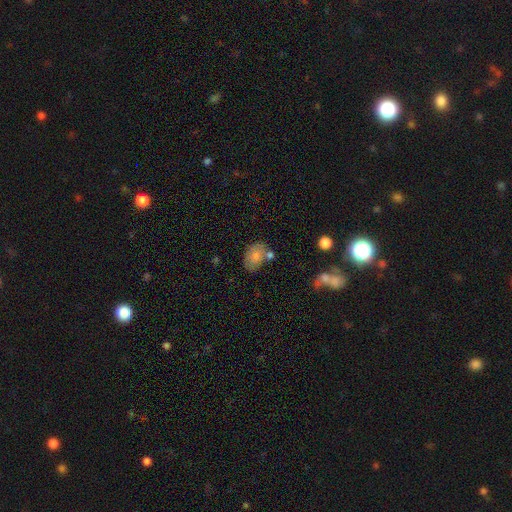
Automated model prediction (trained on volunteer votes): Q: Smooth or featured?
A: smooth (75%); runner-up: featured or disk (17%)
Q: How rounded?
A: in between (80%); runner-up: round (19%)
Q: Merging?
A: none (55%); runner-up: minor disturbance (21%)